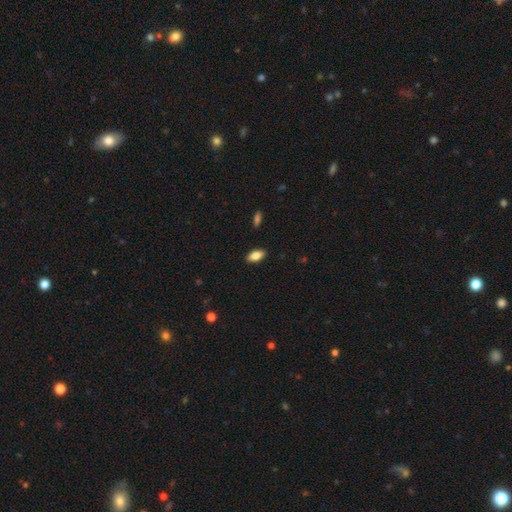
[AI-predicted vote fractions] The model was most divided on "smooth or featured": smooth: 82%, featured or disk: 11%, star or artifact: 7%. More confident: how rounded — in between (90%); merging — none (89%).